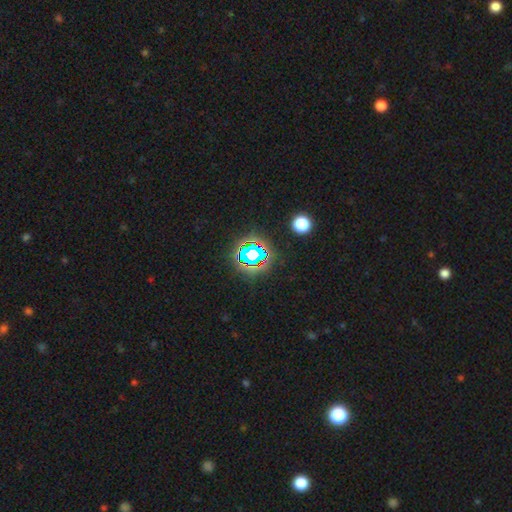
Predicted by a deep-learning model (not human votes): The model was most divided on "smooth or featured": star or artifact: 70%, smooth: 18%, featured or disk: 12%.